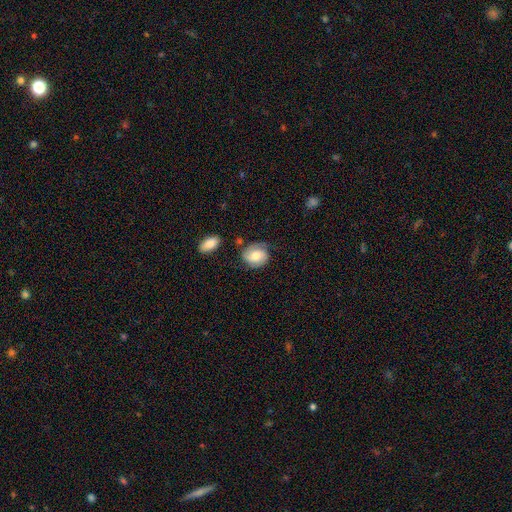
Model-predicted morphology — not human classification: Smooth or featured: featured or disk — 54% (smooth — 38%)
Edge-on disk: no — 97% (yes — 3%)
Bar: no — 61% (weak — 32%)
Spiral arms: yes — 91% (no — 9%)
Bulge size: moderate — 62% (small — 21%)
Merging: none — 64% (minor disturbance — 22%)